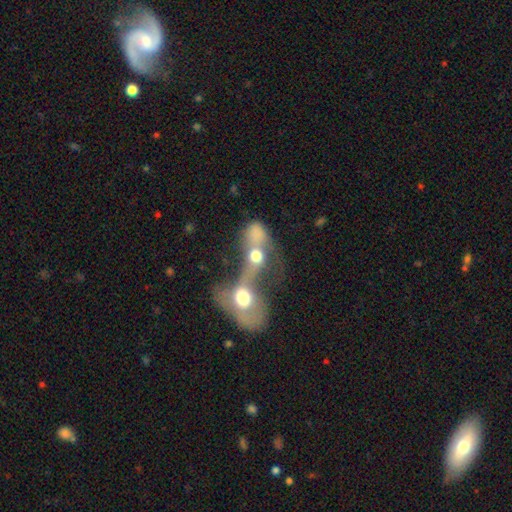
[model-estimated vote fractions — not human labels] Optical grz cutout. It shows a smooth galaxy with no disk features (50%). Merging: merger (83%).